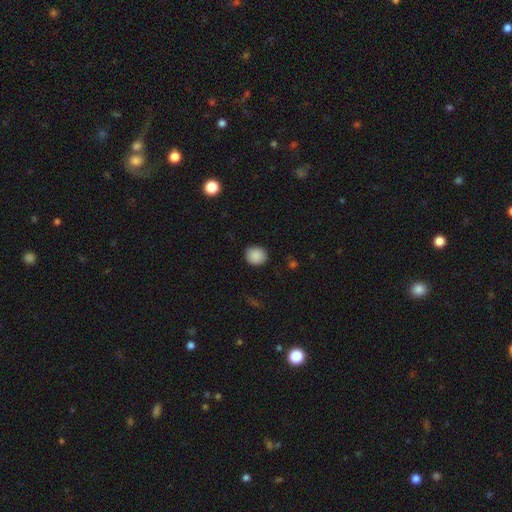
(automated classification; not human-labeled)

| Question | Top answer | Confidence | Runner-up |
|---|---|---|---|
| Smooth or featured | smooth | 89% | star or artifact (9%) |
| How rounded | round | 83% | in between (16%) |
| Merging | none | 89% | minor disturbance (8%) |